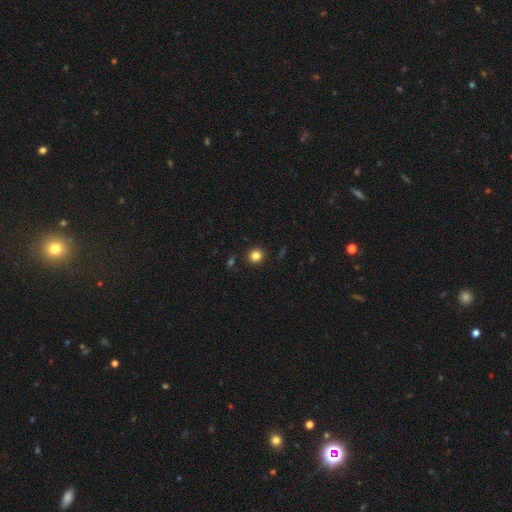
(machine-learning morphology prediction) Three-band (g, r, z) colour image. It shows a smooth galaxy with no disk features (83%) that is round (89%). Merging: none (91%).